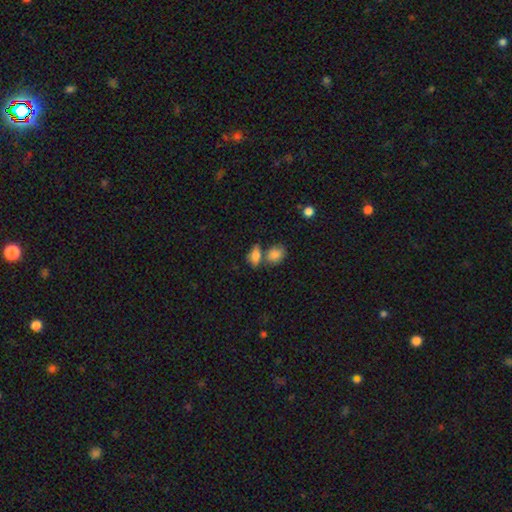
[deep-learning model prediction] Smooth or featured?
  - smooth: 78% *
  - featured or disk: 12%
  - star or artifact: 10%
How rounded?
  - in between: 79% *
  - round: 14%
  - cigar-shaped: 6%
Merging?
  - none: 45% *
  - merger: 34%
  - minor disturbance: 15%
  - major disturbance: 6%